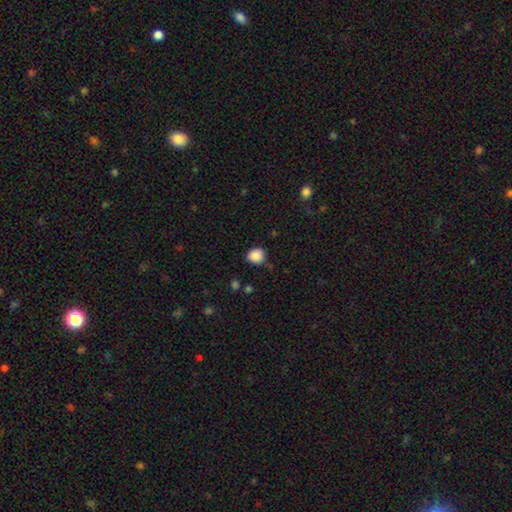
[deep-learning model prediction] The model was most divided on "how rounded": round: 71%, in between: 28%, cigar-shaped: 1%. More confident: smooth or featured — smooth (88%); merging — none (78%).